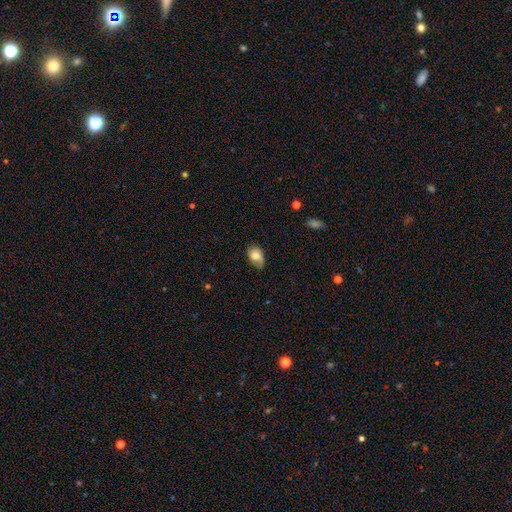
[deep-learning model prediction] Overall: smooth (74%). How rounded: in between (85%). Merging: none (66%; minor disturbance 27%).